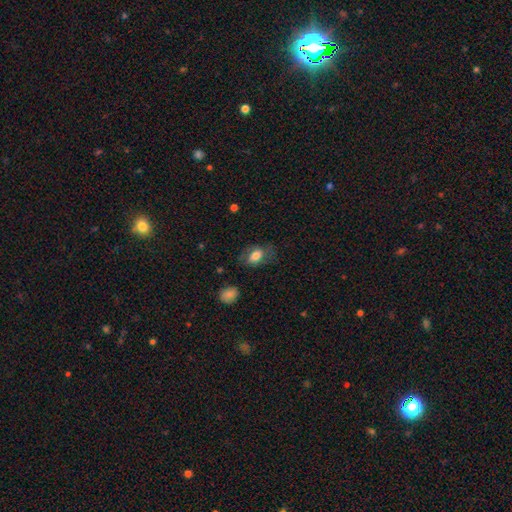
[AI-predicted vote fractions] Smooth or featured?
  - smooth: 70% *
  - featured or disk: 22%
  - star or artifact: 8%
How rounded?
  - in between: 83% *
  - round: 15%
  - cigar-shaped: 2%
Merging?
  - none: 63% *
  - minor disturbance: 22%
  - major disturbance: 13%
  - merger: 2%